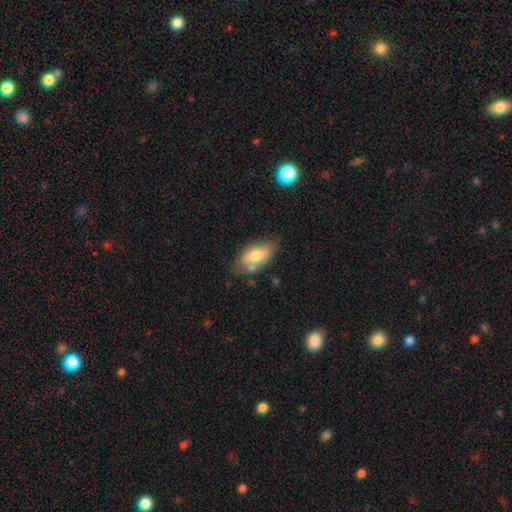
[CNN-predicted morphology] Smooth or featured? smooth (70%)
How rounded? in between (91%)
Merging? none (64%)